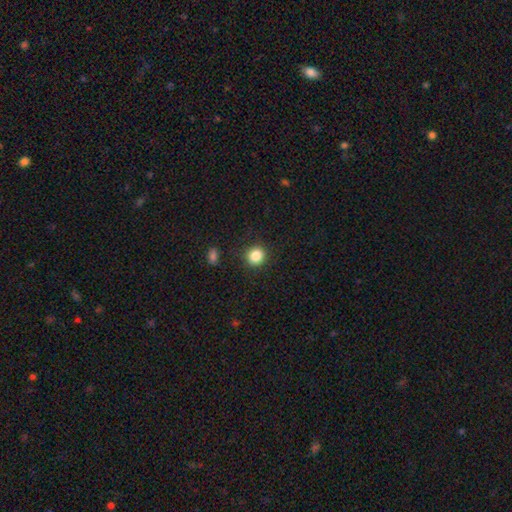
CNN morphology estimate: This is clearly a smooth galaxy (85%). How rounded: clearly round (88%). Merging: clearly none (89%).